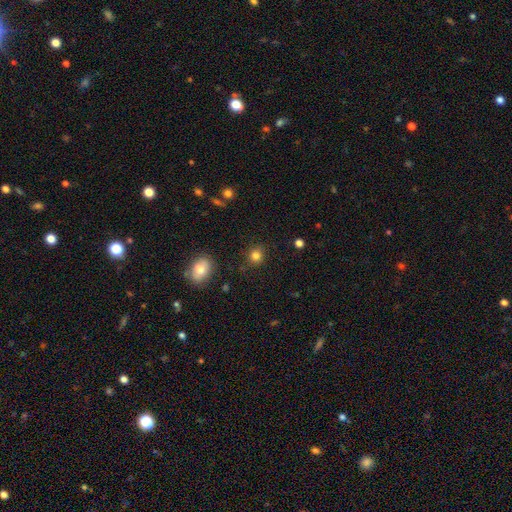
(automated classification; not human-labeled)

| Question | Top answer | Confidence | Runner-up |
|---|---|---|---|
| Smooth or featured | smooth | 82% | star or artifact (12%) |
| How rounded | round | 83% | in between (16%) |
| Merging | none | 85% | minor disturbance (10%) |